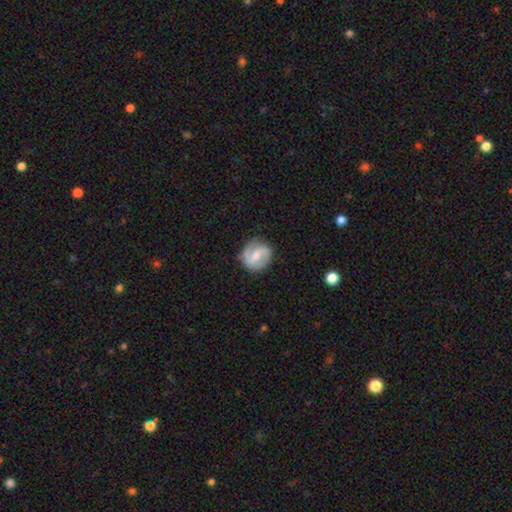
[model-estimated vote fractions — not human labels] smooth-or-featured: featured or disk: 71% | smooth: 23% | star or artifact: 6%
  disk-edge-on: no: 98% | yes: 2%
    bar: weak: 54% | no: 26% | strong: 20%
    has-spiral-arms: yes: 92% | no: 8%
      spiral-winding: medium: 47% | loose: 32% | tight: 21%
      spiral-arm-count: 2: 88% | can't tell: 6% | 1: 3% | 3: 1% | 4: 1% | more than 4: 1%
    bulge-size: moderate: 49% | small: 44% | none: 4% | large: 3% | dominant: 1%
  merging: none: 82% | minor disturbance: 13% | major disturbance: 4% | merger: 1%